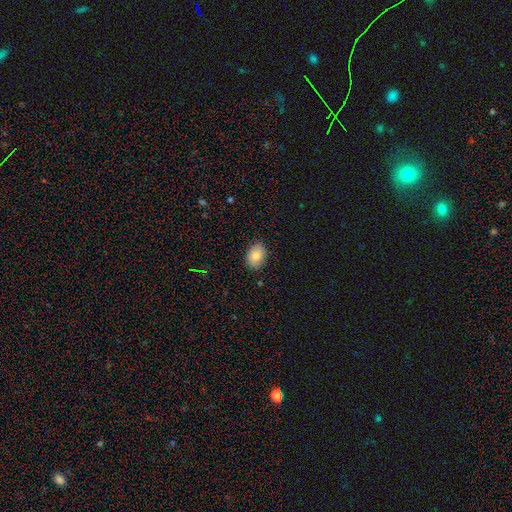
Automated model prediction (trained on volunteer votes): Q: Smooth or featured?
A: smooth (81%); runner-up: featured or disk (10%)
Q: How rounded?
A: in between (77%); runner-up: round (22%)
Q: Merging?
A: none (86%); runner-up: minor disturbance (11%)